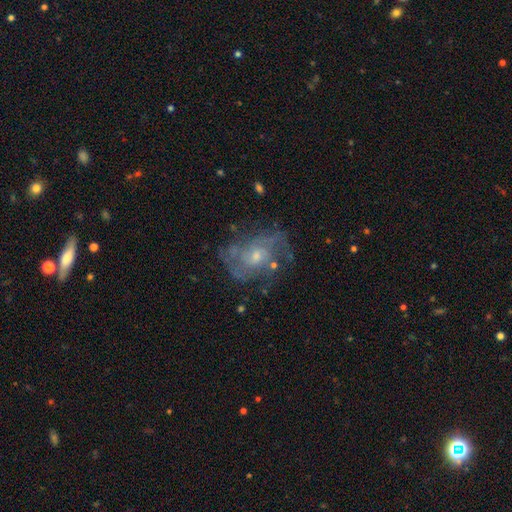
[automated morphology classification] type=featured or disk (76%); edge-on=no (97%); bar=no (70%); spiral arms=yes (79%); winding=medium (44%); arm count=can't tell (40%); bulge=small (55%); merging=none (61%).